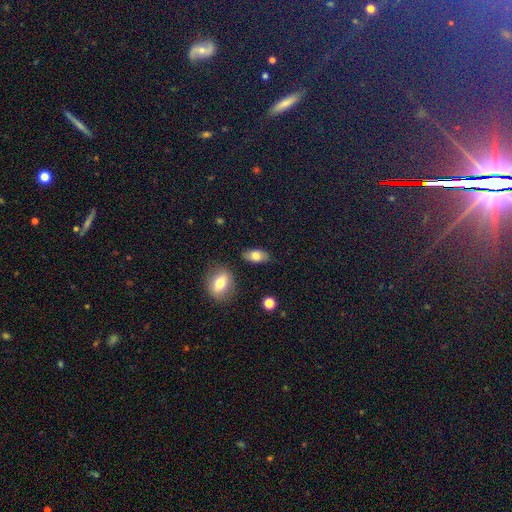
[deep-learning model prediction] The model was most divided on "smooth or featured": smooth: 77%, featured or disk: 15%, star or artifact: 8%. More confident: how rounded — in between (89%); merging — none (83%).